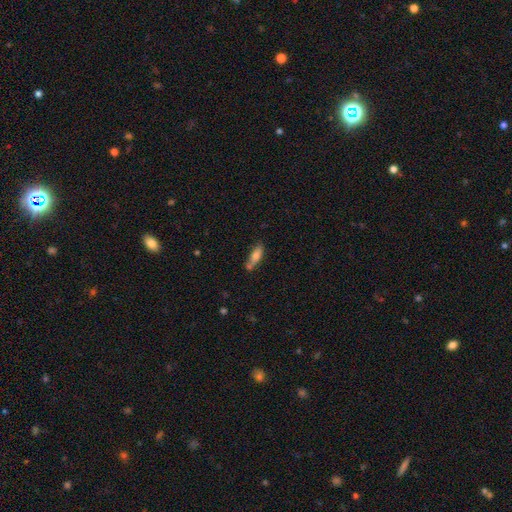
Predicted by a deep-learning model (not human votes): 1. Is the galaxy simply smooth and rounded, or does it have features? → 72% smooth, 21% featured or disk, 8% star or artifact.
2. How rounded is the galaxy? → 55% in between, 42% cigar-shaped, 2% round.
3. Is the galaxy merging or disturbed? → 53% none, 21% merger, 20% minor disturbance, 5% major disturbance.